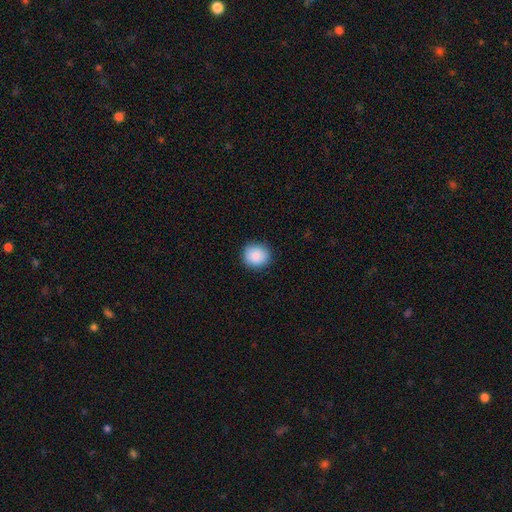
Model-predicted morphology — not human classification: smooth 89%, star or artifact 8%, featured or disk 4%. Down the decision tree: how rounded — round (85%); merging — none (88%).